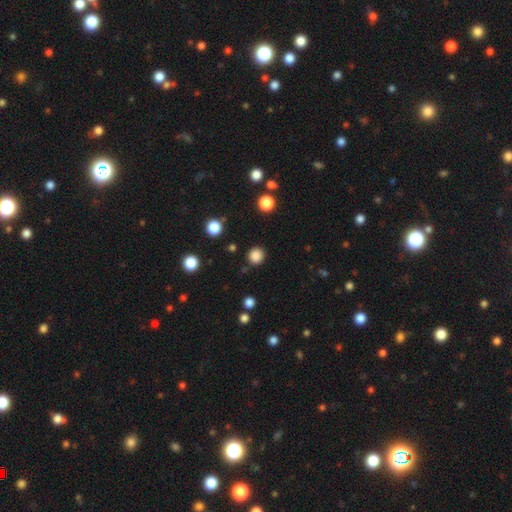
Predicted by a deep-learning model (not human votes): A smooth galaxy with no disk features (85%) that is round (93%). Merging: none (89%).